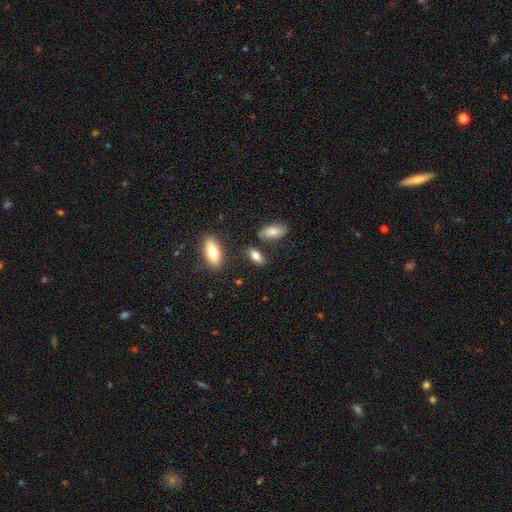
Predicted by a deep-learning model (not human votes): A smooth galaxy with no disk features (78%) that is in between round and cigar-shaped (83%).

Vote fractions:
- Smooth or featured? smooth: 78% / featured or disk: 13% / star or artifact: 9%
- How rounded? in between: 83% / cigar-shaped: 13% / round: 4%
- Merging? none: 73% / minor disturbance: 15% / merger: 8% / major disturbance: 4%